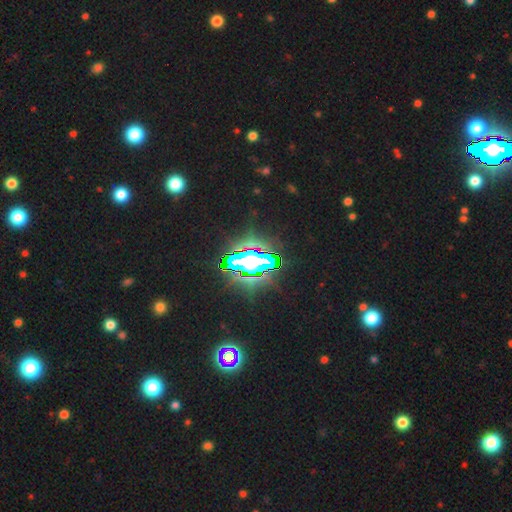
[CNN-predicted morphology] Smooth or featured: star or artifact — 82% (smooth — 10%)